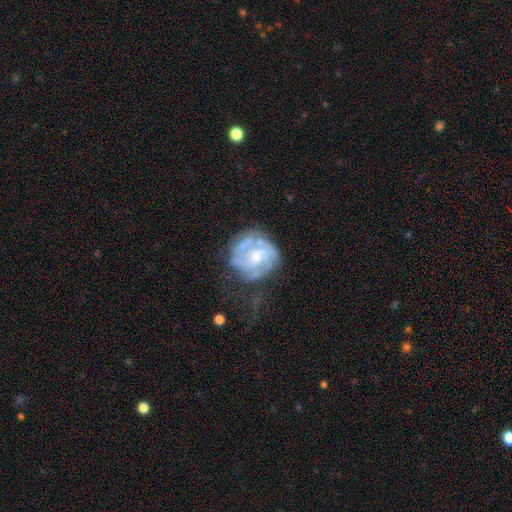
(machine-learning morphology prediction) type=featured or disk (75%); edge-on=no (98%); bar=no (53%); spiral arms=yes (79%); winding=tight (46%); arm count=can't tell (35%); bulge=moderate (46%); merging=none (51%).